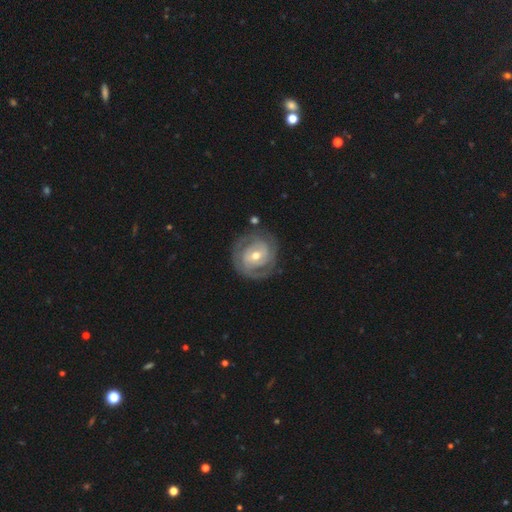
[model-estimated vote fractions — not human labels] Morphology: type=featured or disk (83%); edge-on=no (97%); bar=no (44%); spiral arms=yes (90%); winding=tight (71%); arm count=2 (55%); bulge=moderate (65%); merging=none (77%).